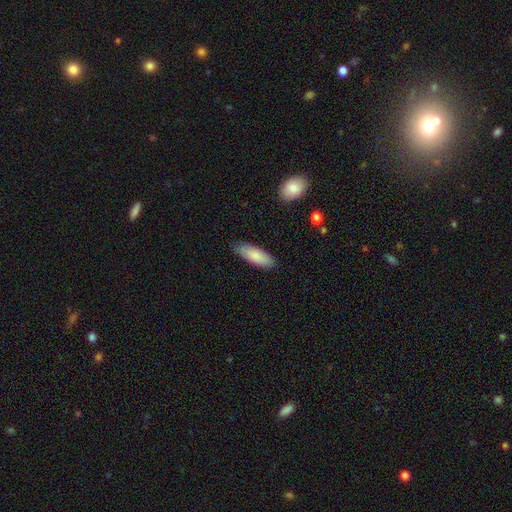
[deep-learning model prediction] Overall: smooth (85%). How rounded: in between (65%; cigar-shaped 34%). Merging: none (80%).